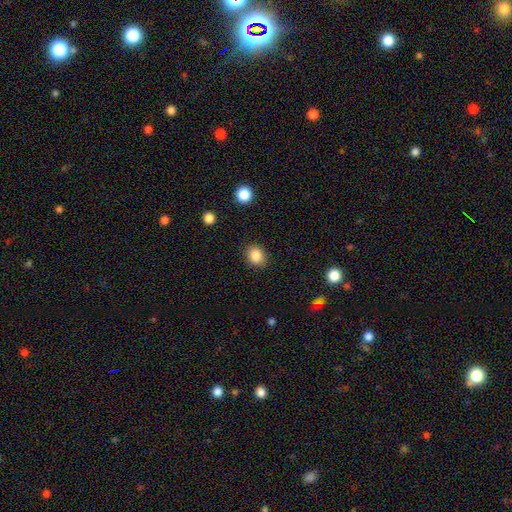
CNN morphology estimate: smooth-or-featured: smooth: 86% | star or artifact: 10% | featured or disk: 4%
  how-rounded: round: 67% | in between: 32% | cigar-shaped: 1%
  merging: none: 88% | minor disturbance: 8% | major disturbance: 2% | merger: 1%